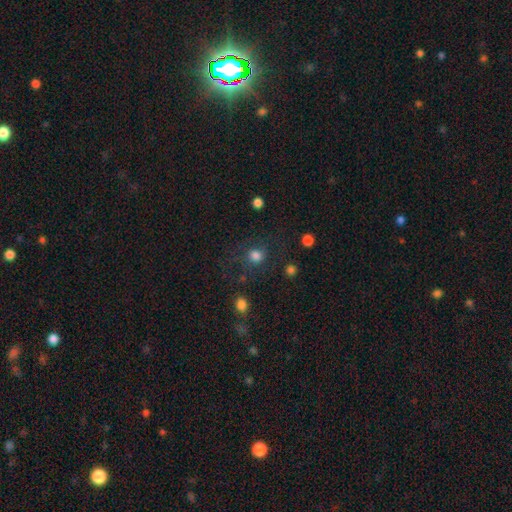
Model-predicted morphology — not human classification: Smooth or featured? Predicted: smooth (p=0.80). How rounded? Predicted: round (p=0.84). Merging? Predicted: none (p=0.73).